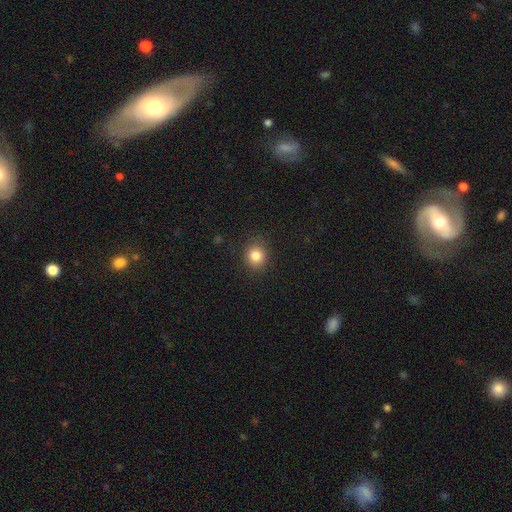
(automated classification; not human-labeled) The model was most divided on "how rounded": round: 80%, in between: 19%, cigar-shaped: 1%. More confident: merging — none (87%); smooth or featured — smooth (84%).